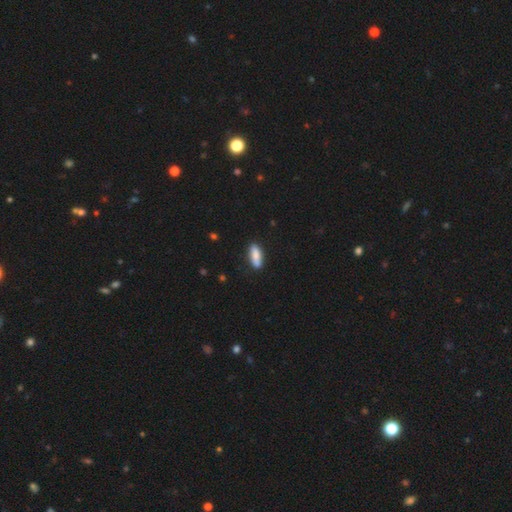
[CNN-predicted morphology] Smooth or featured?
  - smooth: 80% *
  - featured or disk: 13%
  - star or artifact: 6%
How rounded?
  - in between: 61% *
  - cigar-shaped: 37%
  - round: 2%
Merging?
  - none: 83% *
  - minor disturbance: 12%
  - merger: 3%
  - major disturbance: 2%